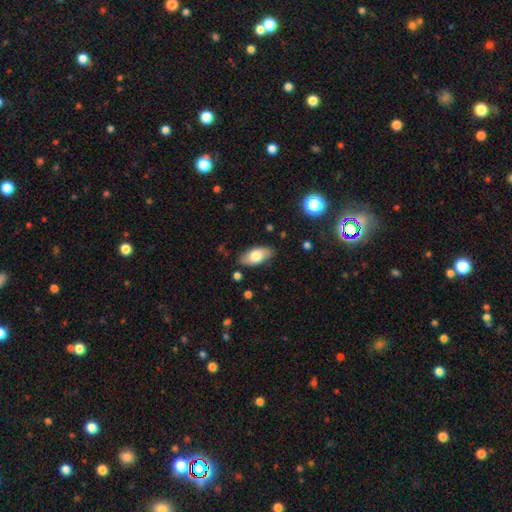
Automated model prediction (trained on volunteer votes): A smooth galaxy with no disk features (72%) that is in between round and cigar-shaped (91%).

Vote fractions:
- Smooth or featured? smooth: 72% / featured or disk: 22% / star or artifact: 7%
- How rounded? in between: 91% / cigar-shaped: 6% / round: 3%
- Merging? none: 83% / minor disturbance: 13% / major disturbance: 3% / merger: 1%